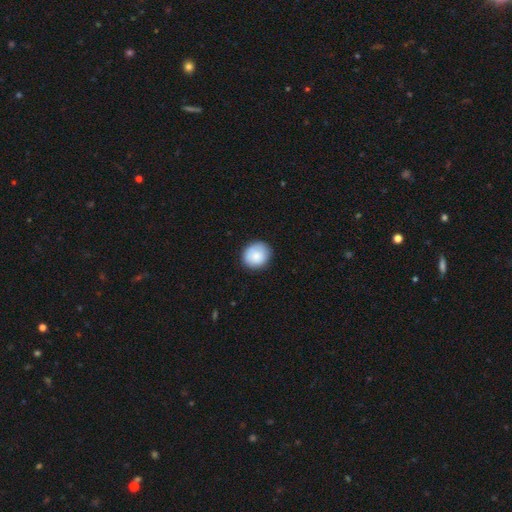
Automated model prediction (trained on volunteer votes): Q: Smooth or featured?
A: smooth (83%); runner-up: featured or disk (10%)
Q: How rounded?
A: round (80%); runner-up: in between (19%)
Q: Merging?
A: none (84%); runner-up: minor disturbance (12%)